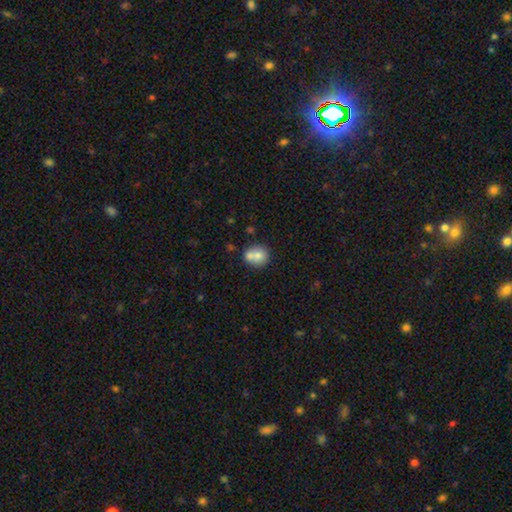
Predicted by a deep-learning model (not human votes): smooth_or_featured: smooth (p=0.72) [alt: featured or disk p=0.19]
how_rounded: round (p=0.71) [alt: in between p=0.28]
merging: merger (p=0.44) [alt: none p=0.43]